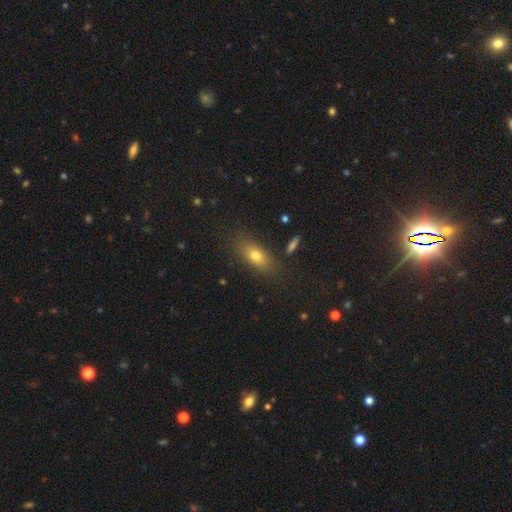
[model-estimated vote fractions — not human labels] A smooth galaxy with no disk features (73%) that is in between round and cigar-shaped (76%). Merging: none (82%).